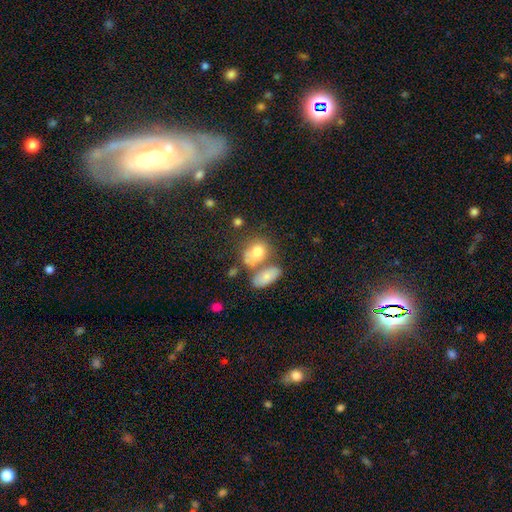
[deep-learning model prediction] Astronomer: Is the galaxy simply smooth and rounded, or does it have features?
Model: smooth — 45% (runner-up: featured or disk, 34%).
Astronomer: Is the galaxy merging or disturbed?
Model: none — 49% (runner-up: merger, 28%).